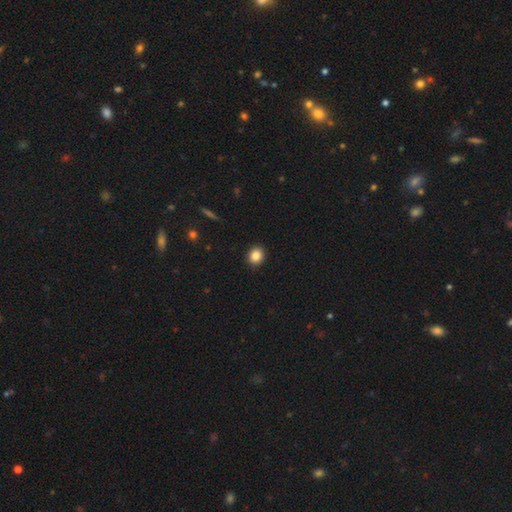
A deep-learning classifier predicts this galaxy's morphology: Smooth or featured?
  - smooth: 85% *
  - star or artifact: 10%
  - featured or disk: 5%
How rounded?
  - round: 74% *
  - in between: 25%
  - cigar-shaped: 1%
Merging?
  - none: 91% *
  - minor disturbance: 6%
  - major disturbance: 2%
  - merger: 1%